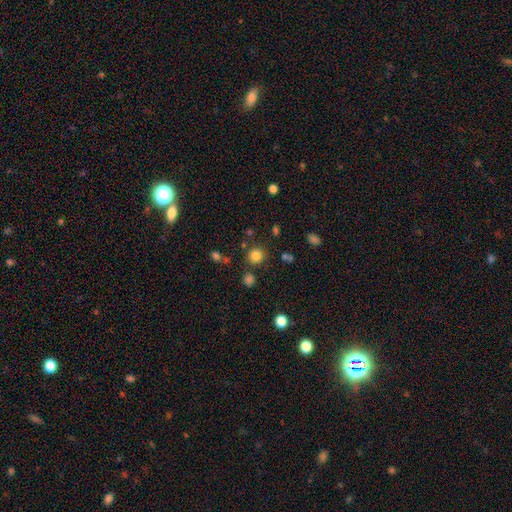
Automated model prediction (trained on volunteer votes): smooth-or-featured: smooth: 81% | star or artifact: 14% | featured or disk: 5%
  how-rounded: round: 87% | in between: 12% | cigar-shaped: 1%
  merging: none: 82% | minor disturbance: 8% | merger: 6% | major disturbance: 4%